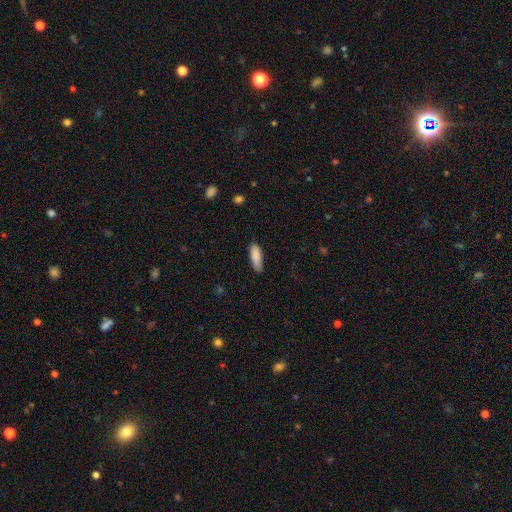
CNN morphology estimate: A smooth galaxy with no disk features (89%) that is in between round and cigar-shaped (58%). Merging: none (79%).